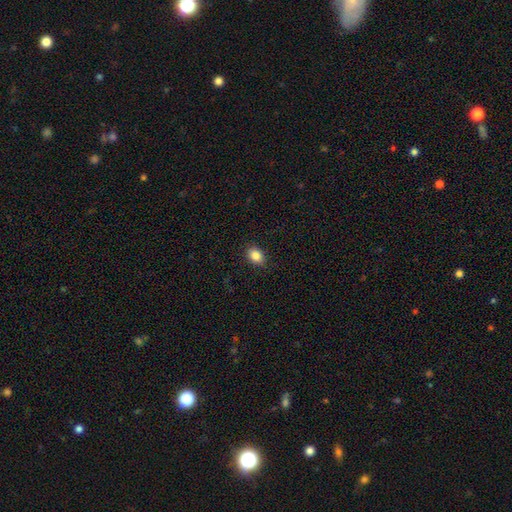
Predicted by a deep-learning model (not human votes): smooth_or_featured: smooth (p=0.86) [alt: star or artifact p=0.09]
how_rounded: in between (p=0.65) [alt: round p=0.34]
merging: none (p=0.89) [alt: minor disturbance p=0.08]